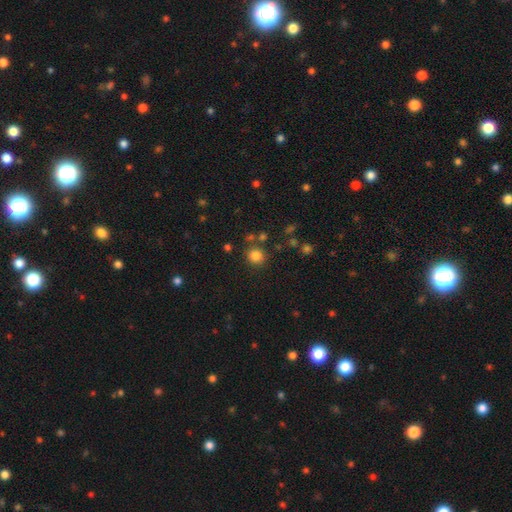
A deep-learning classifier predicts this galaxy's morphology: Smooth or featured?
  - smooth: 82% *
  - star or artifact: 13%
  - featured or disk: 5%
How rounded?
  - round: 91% *
  - in between: 8%
  - cigar-shaped: 1%
Merging?
  - none: 81% *
  - minor disturbance: 8%
  - merger: 7%
  - major disturbance: 3%